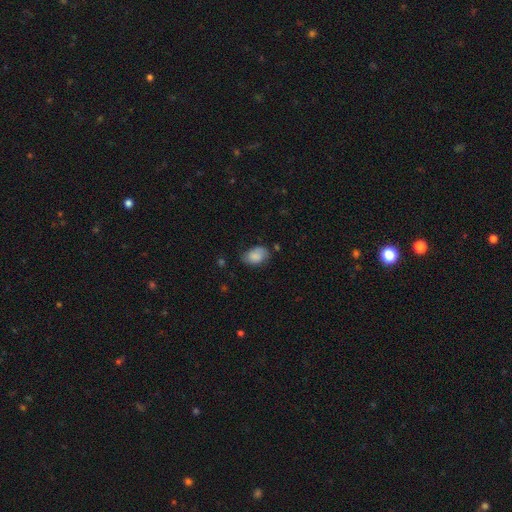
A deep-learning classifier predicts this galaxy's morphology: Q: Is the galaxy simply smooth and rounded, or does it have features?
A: smooth — 79%.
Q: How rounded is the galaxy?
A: in between — 86%.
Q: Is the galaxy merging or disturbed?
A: none — 64%.